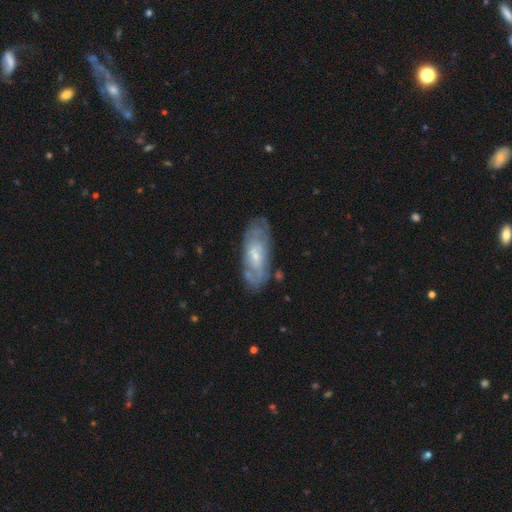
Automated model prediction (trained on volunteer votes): A featured or disk galaxy (63%) with no bar (61%), spiral arms (72%) and a small central bulge (65%). Merging: none (74%).